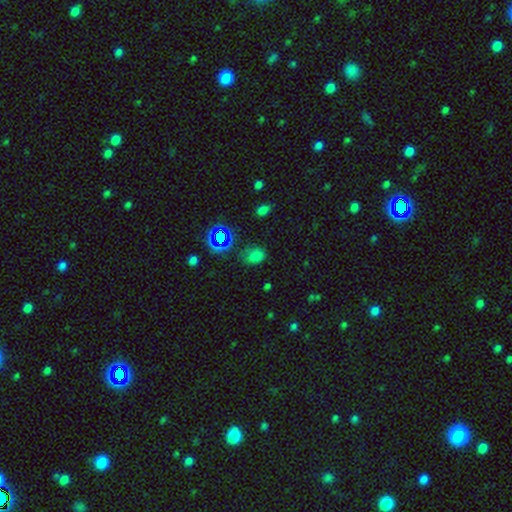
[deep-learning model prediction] Overall: smooth (66%; star or artifact 27%). How rounded: in between (62%; round 36%). Merging: none (66%).